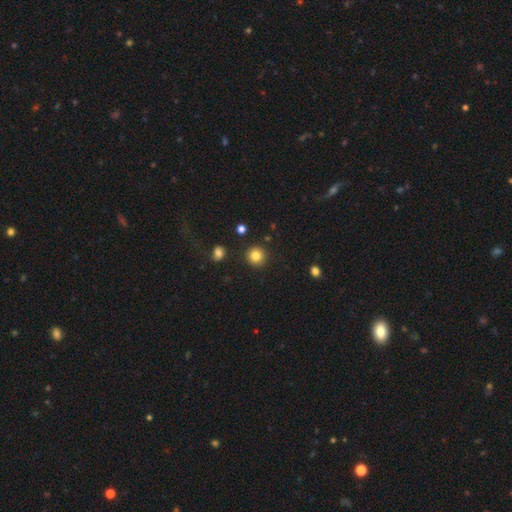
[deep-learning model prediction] Smooth or featured: smooth — 84% (star or artifact — 11%)
How rounded: round — 94% (in between — 5%)
Merging: none — 90% (minor disturbance — 6%)